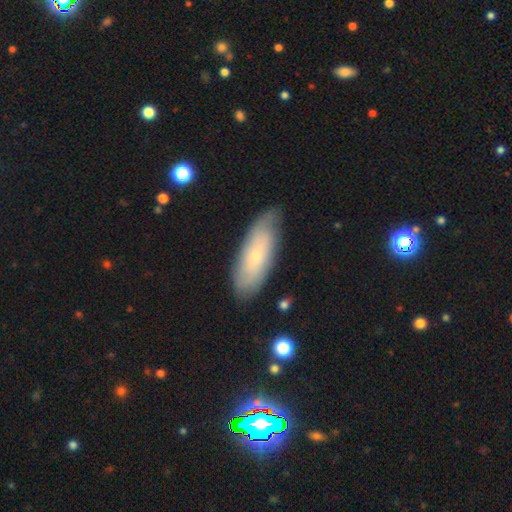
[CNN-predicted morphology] smooth 54%, featured or disk 39%, star or artifact 7%. Down the decision tree: how rounded — in between (70%); merging — none (74%).